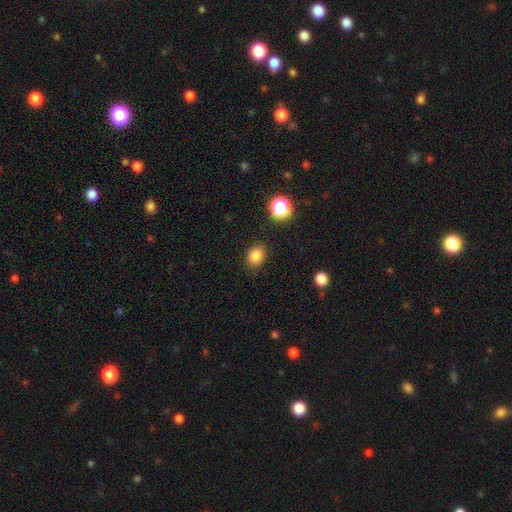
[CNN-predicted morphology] Smooth or featured? Predicted: smooth (p=0.83). How rounded? Predicted: in between (p=0.60). Merging? Predicted: none (p=0.85).